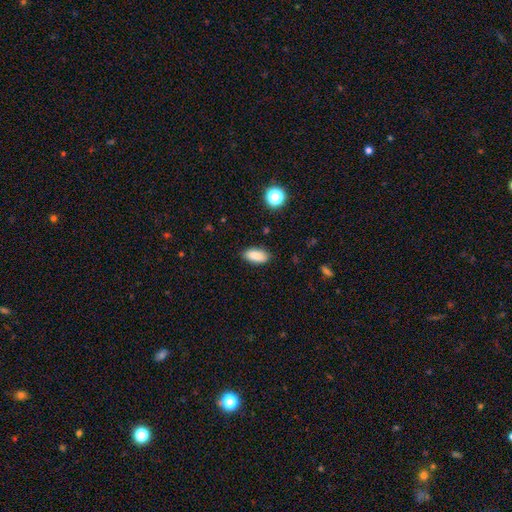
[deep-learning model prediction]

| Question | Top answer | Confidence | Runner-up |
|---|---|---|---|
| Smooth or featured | smooth | 87% | star or artifact (8%) |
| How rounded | in between | 90% | cigar-shaped (6%) |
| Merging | none | 86% | minor disturbance (10%) |